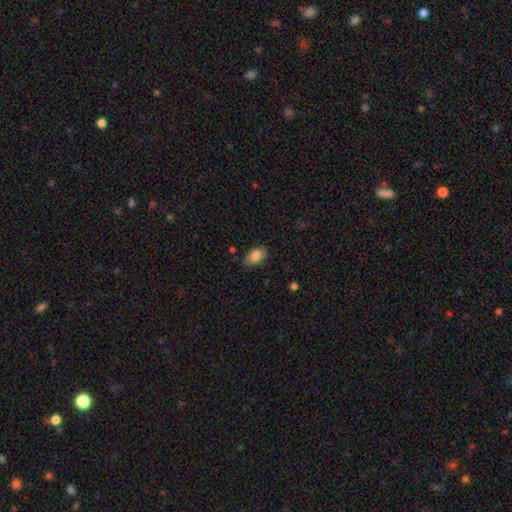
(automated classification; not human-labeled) The model was most divided on "merging": none: 74%, minor disturbance: 21%, major disturbance: 4%, merger: 1%. More confident: how rounded — in between (90%); smooth or featured — smooth (83%).